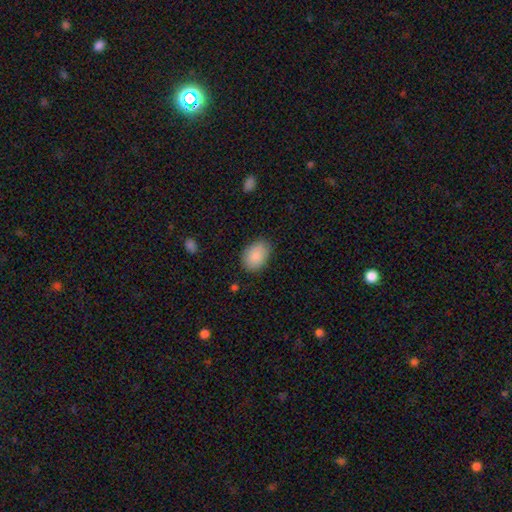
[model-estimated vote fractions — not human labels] Smooth or featured? smooth (88%)
How rounded? in between (80%)
Merging? none (78%)